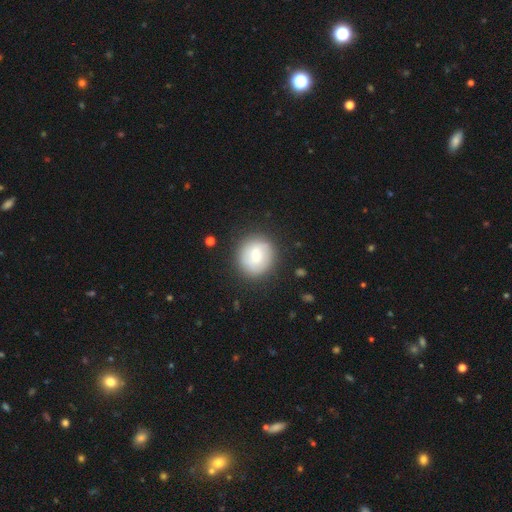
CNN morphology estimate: Smooth or featured? Predicted: smooth (p=0.56). How rounded? Predicted: round (p=0.86). Merging? Predicted: none (p=0.81).